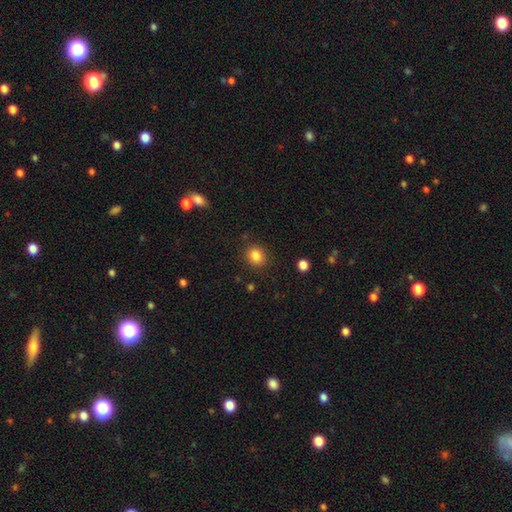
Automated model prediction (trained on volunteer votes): This appears to be a smooth galaxy with no disk features (84%) that is round (73%). Merging: none (87%).